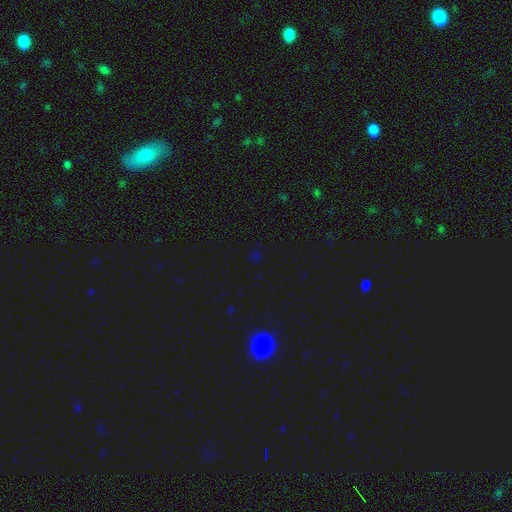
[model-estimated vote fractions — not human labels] smooth-or-featured: star or artifact: 70% | smooth: 23% | featured or disk: 7%